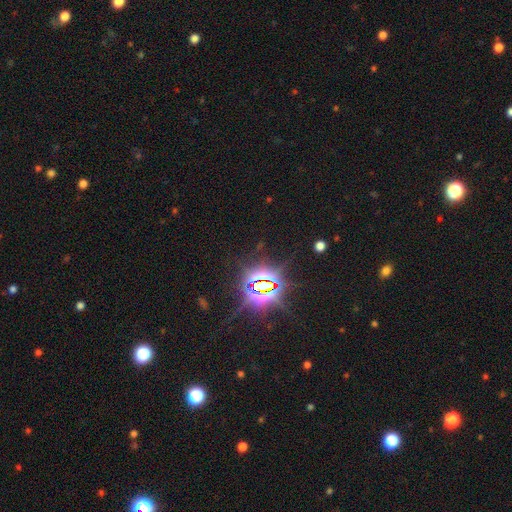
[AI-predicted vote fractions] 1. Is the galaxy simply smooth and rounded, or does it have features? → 84% star or artifact, 10% smooth, 6% featured or disk.